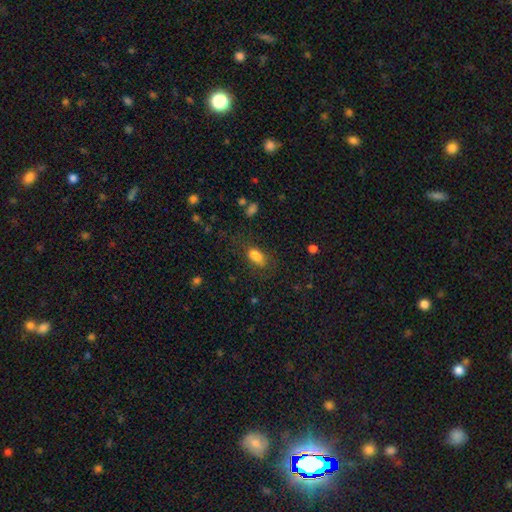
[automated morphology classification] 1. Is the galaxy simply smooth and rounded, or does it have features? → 80% smooth, 12% star or artifact, 8% featured or disk.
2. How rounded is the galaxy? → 84% in between, 8% round, 8% cigar-shaped.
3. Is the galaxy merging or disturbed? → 59% none, 21% minor disturbance, 12% major disturbance, 8% merger.